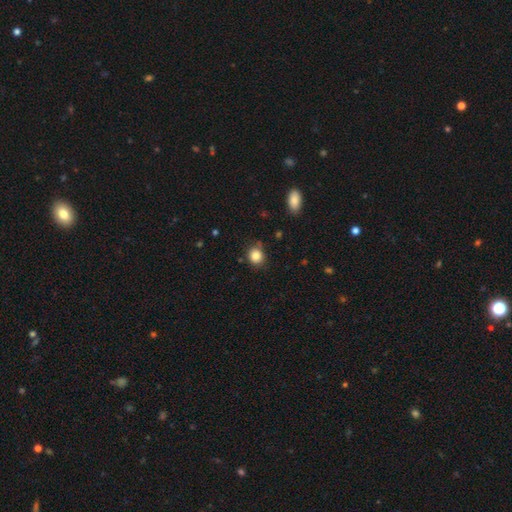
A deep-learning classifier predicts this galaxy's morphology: A smooth galaxy with no disk features (85%) that is round (80%). Merging: none (79%).